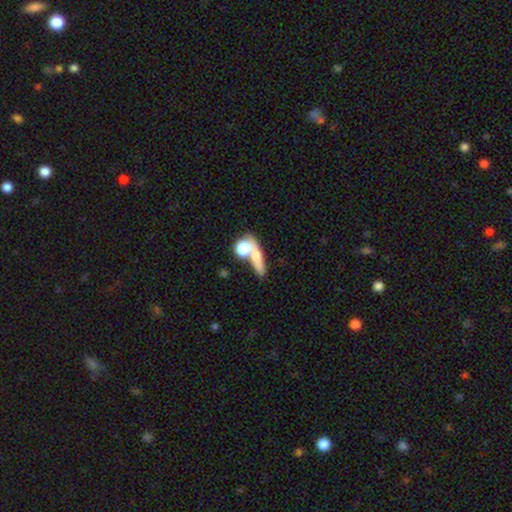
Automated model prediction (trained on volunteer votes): A smooth galaxy with no disk features (65%) that is cigar-shaped (41%). Merging: none (44%).